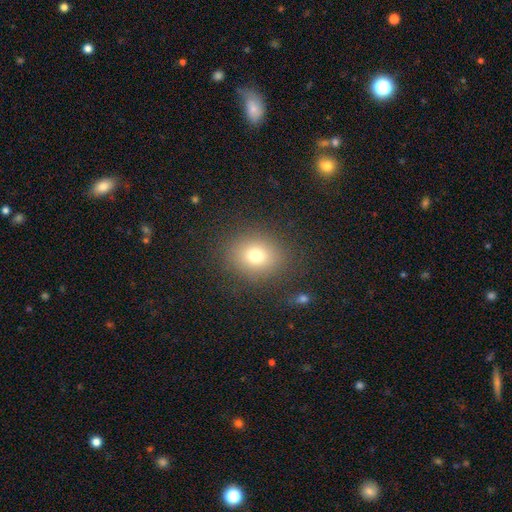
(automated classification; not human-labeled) A smooth galaxy with no disk features (73%) that is round (71%).

Vote fractions:
- Smooth or featured? smooth: 73% / star or artifact: 15% / featured or disk: 12%
- How rounded? round: 71% / in between: 28% / cigar-shaped: 1%
- Merging? none: 85% / minor disturbance: 9% / major disturbance: 5% / merger: 1%